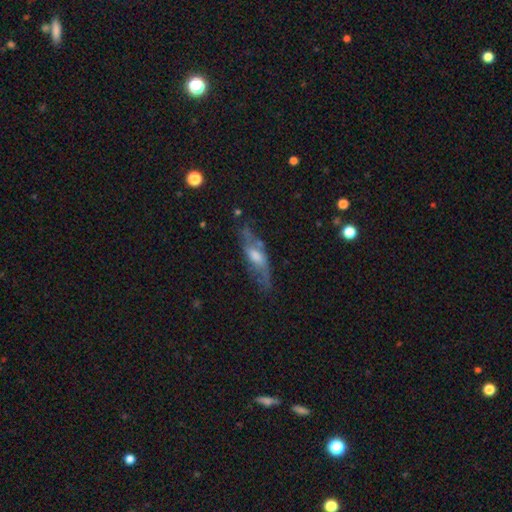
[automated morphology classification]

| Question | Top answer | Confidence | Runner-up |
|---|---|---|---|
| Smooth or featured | featured or disk | 65% | smooth (25%) |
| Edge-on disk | no | 56% | yes (44%) |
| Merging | none | 66% | minor disturbance (21%) |